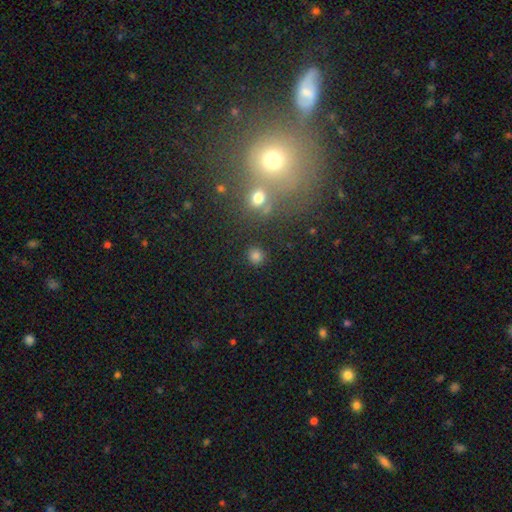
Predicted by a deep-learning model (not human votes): Smooth or featured?
  - smooth: 80% *
  - star or artifact: 15%
  - featured or disk: 5%
How rounded?
  - round: 88% *
  - in between: 11%
  - cigar-shaped: 1%
Merging?
  - none: 88% *
  - minor disturbance: 7%
  - merger: 3%
  - major disturbance: 3%